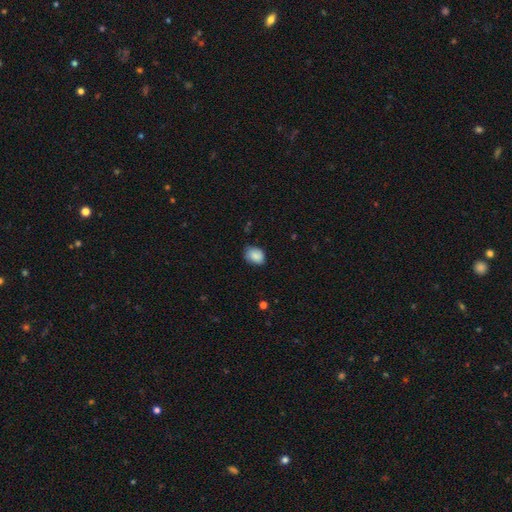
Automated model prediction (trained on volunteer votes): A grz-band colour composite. It shows a smooth galaxy with no disk features (83%) that is in between round and cigar-shaped (65%). Merging: none (73%).